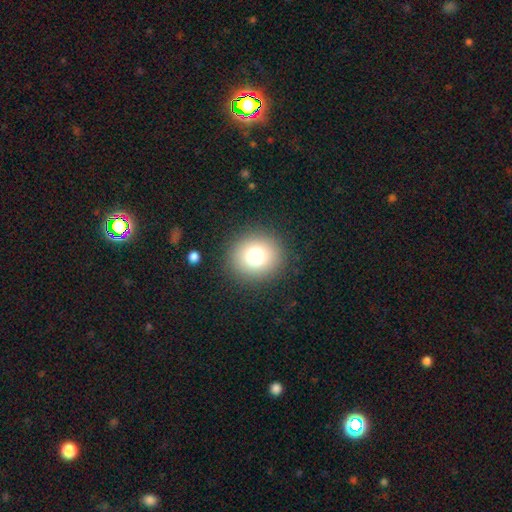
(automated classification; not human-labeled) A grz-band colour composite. It shows a smooth galaxy with no disk features (75%) that is round (91%). Merging: none (90%).